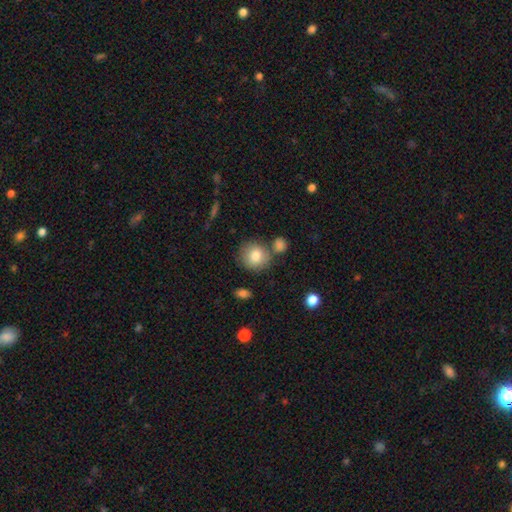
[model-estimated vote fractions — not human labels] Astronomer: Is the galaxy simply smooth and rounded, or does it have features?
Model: smooth — 82%.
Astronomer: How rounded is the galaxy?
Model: round — 86%.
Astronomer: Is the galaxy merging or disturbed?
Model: none — 70%.